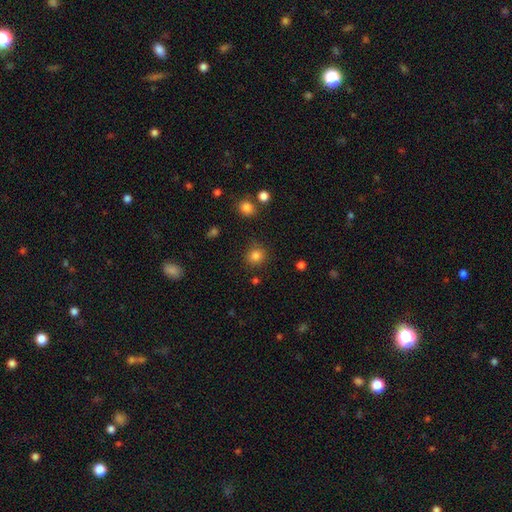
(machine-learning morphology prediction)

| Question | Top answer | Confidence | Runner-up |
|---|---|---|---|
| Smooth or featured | smooth | 83% | star or artifact (12%) |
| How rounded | round | 89% | in between (10%) |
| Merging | none | 85% | minor disturbance (9%) |